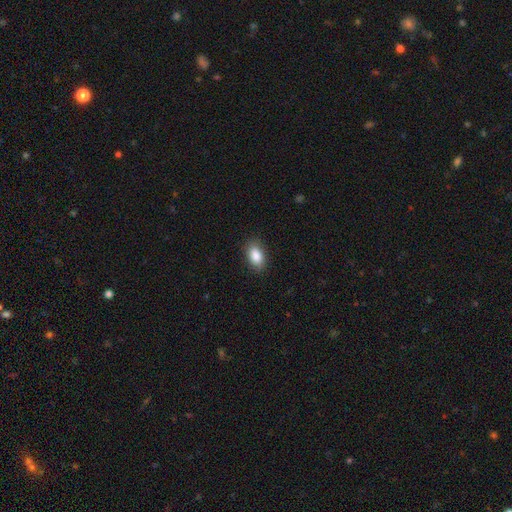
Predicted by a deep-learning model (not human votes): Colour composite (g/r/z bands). It shows a smooth galaxy with no disk features (88%) that is in between round and cigar-shaped (91%). Merging: none (86%).